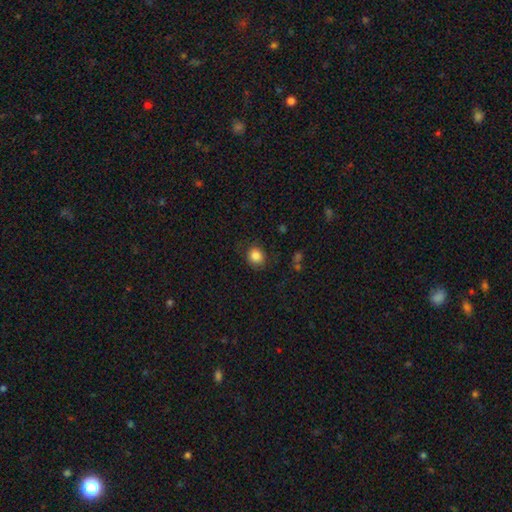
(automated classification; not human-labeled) This appears to be a smooth galaxy with no disk features (85%) that is round (80%). Merging: none (84%).